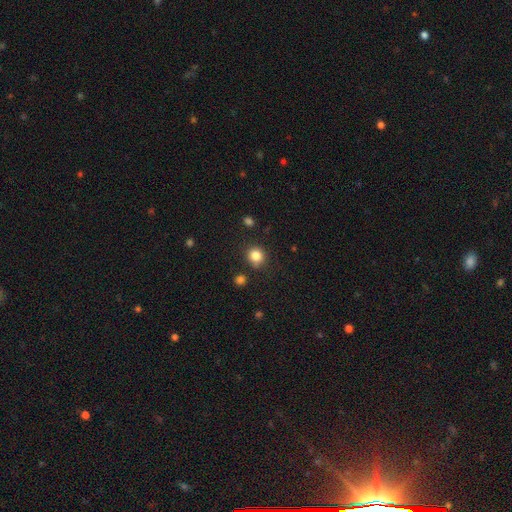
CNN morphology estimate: Smooth or featured: smooth — 83% (star or artifact — 12%)
How rounded: round — 86% (in between — 13%)
Merging: none — 81% (minor disturbance — 11%)